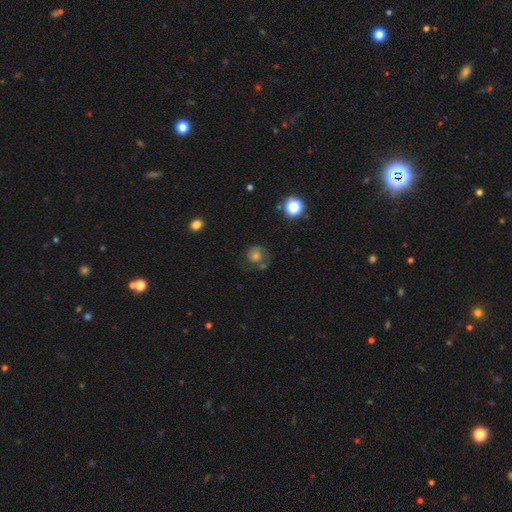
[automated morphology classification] type=smooth (54%); roundness=round (85%); merging=none (62%).